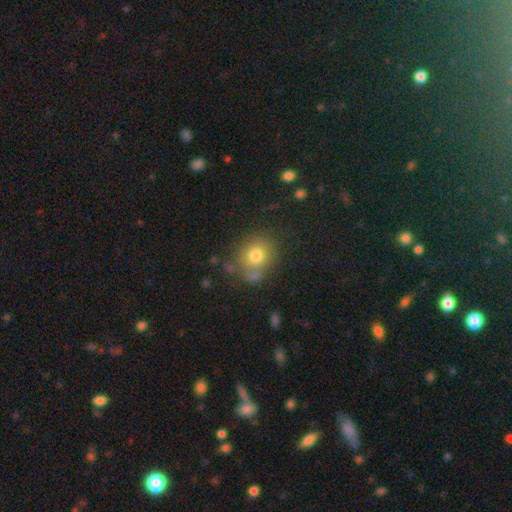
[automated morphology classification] A smooth galaxy with no disk features (77%) that is round (75%). Merging: none (69%).